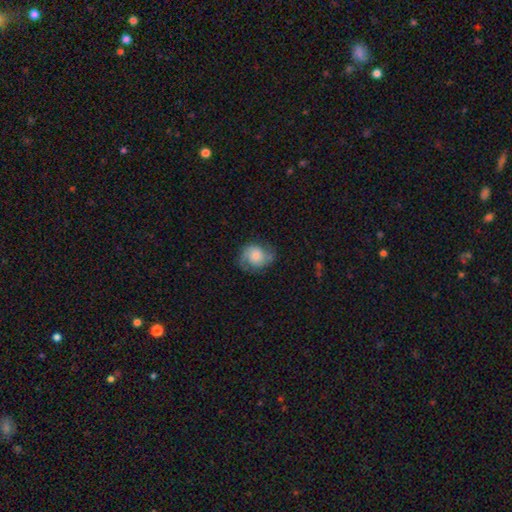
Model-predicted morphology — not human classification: A featured or disk galaxy (56%) with no bar (74%), spiral arms (89%) and a small central bulge (42%).

Vote fractions:
- Smooth or featured? featured or disk: 56% / smooth: 35% / star or artifact: 8%
- Edge-on disk? no: 97% / yes: 3%
- Bar? no: 74% / weak: 22% / strong: 4%
- Spiral arms? yes: 89% / no: 11%
- Bulge size? small: 42% / moderate: 35% / large: 12% / none: 7% / dominant: 3%
- Merging? none: 68% / minor disturbance: 21% / major disturbance: 10% / merger: 1%